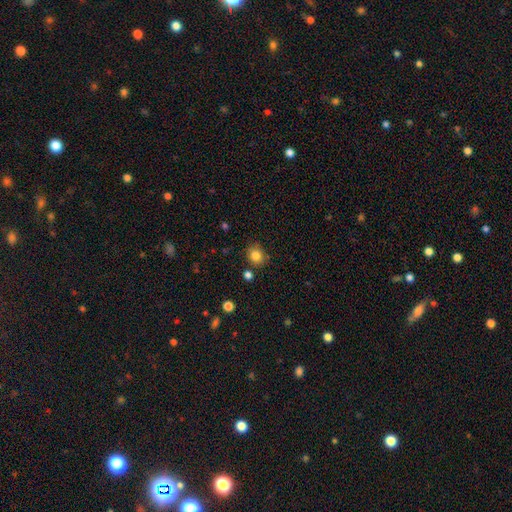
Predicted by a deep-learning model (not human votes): smooth 83%, star or artifact 11%, featured or disk 6%. Down the decision tree: how rounded — round (72%); merging — none (81%).